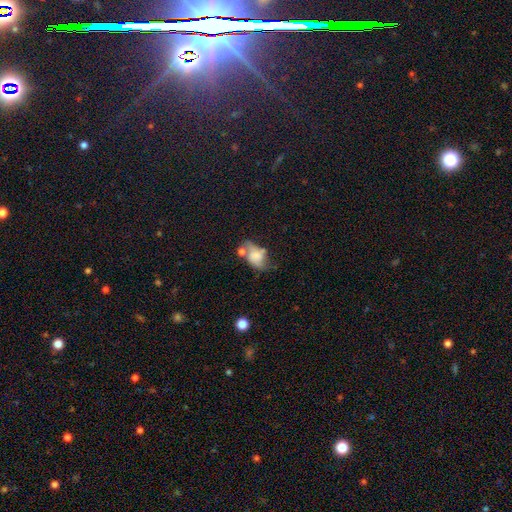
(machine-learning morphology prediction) Overall: smooth (48%; featured or disk 42%). Merging: none (33%; minor disturbance 25%).